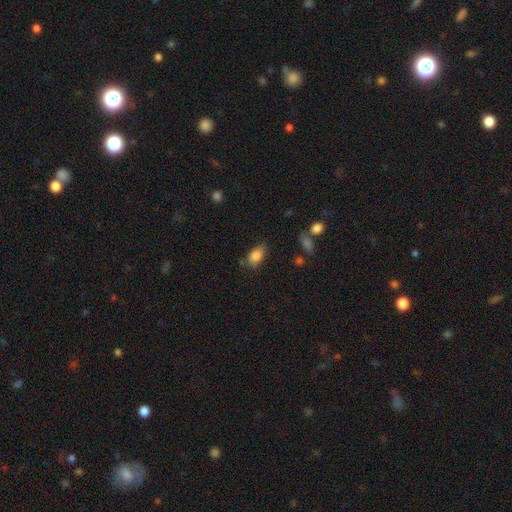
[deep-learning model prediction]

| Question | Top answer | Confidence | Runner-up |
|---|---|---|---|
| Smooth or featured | smooth | 83% | star or artifact (9%) |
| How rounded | in between | 86% | round (11%) |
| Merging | none | 58% | minor disturbance (30%) |